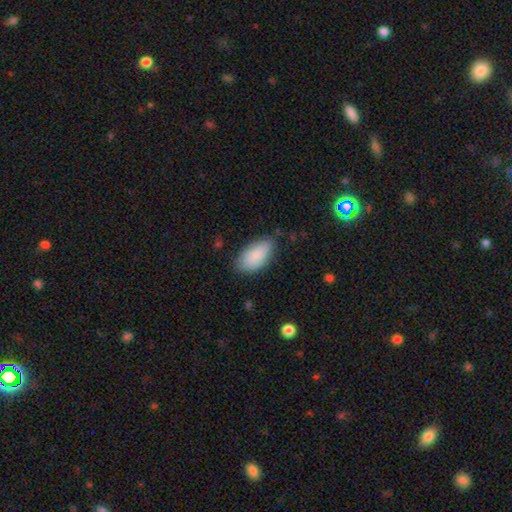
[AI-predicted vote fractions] The model was most divided on "merging": none: 76%, minor disturbance: 19%, major disturbance: 4%, merger: 1%. More confident: how rounded — in between (93%); smooth or featured — smooth (87%).